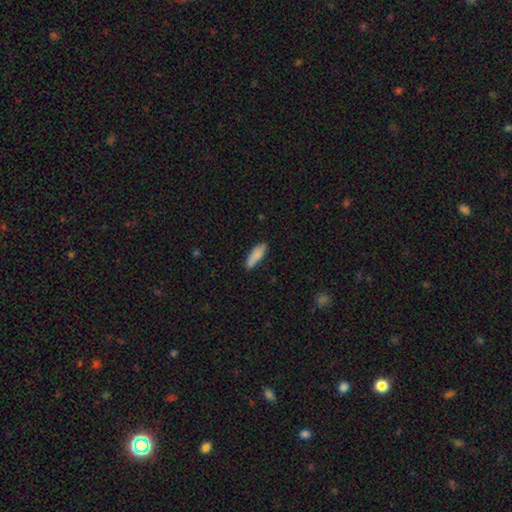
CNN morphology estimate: Smooth or featured? smooth (86%)
How rounded? cigar-shaped (54%)
Merging? none (82%)